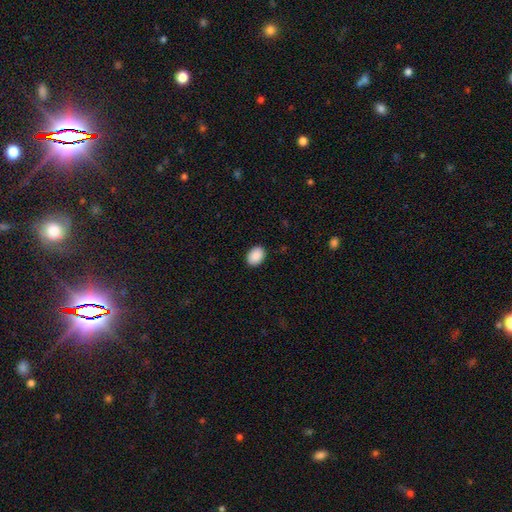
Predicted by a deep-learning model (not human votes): This appears to be a smooth galaxy with no disk features (91%) that is in between round and cigar-shaped (77%). Merging: none (90%).